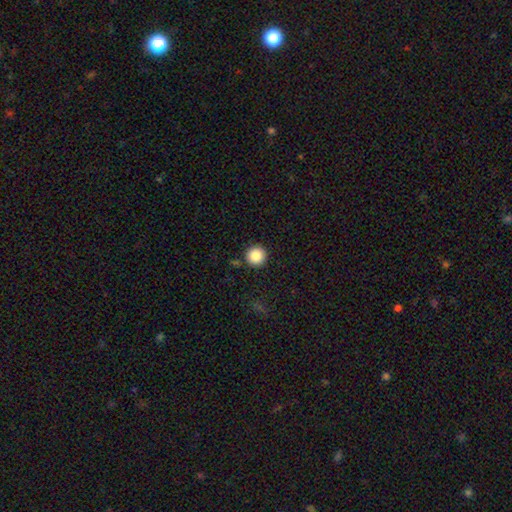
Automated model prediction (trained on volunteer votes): Smooth or featured?
  - smooth: 86% *
  - star or artifact: 9%
  - featured or disk: 4%
How rounded?
  - round: 96% *
  - in between: 3%
  - cigar-shaped: 1%
Merging?
  - none: 90% *
  - minor disturbance: 6%
  - merger: 2%
  - major disturbance: 2%